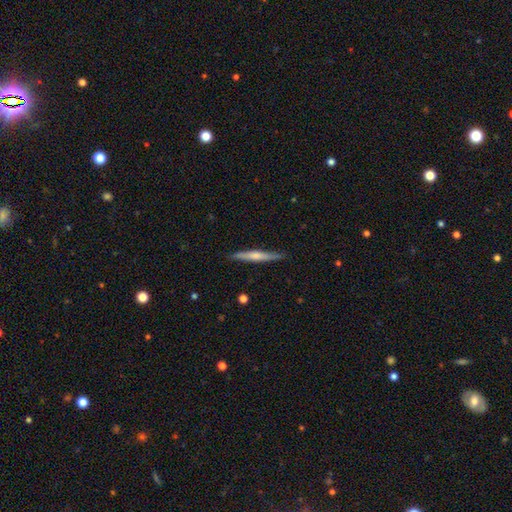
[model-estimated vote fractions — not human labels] A featured or disk galaxy (49%).

Vote fractions:
- Smooth or featured? featured or disk: 49% / smooth: 46% / star or artifact: 5%
- Merging? none: 89% / minor disturbance: 8% / major disturbance: 1% / merger: 1%